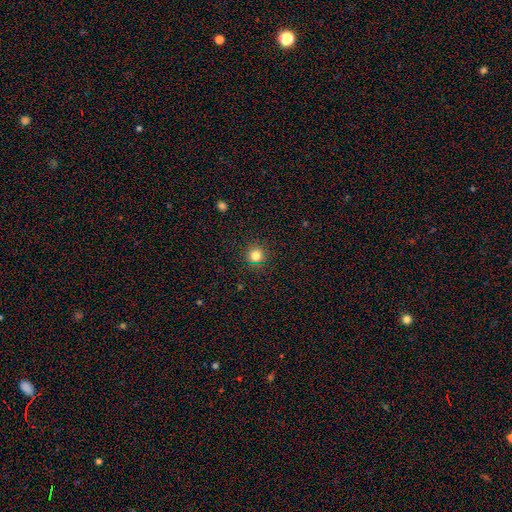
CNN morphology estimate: This appears to be a smooth galaxy with no disk features (81%) that is round (95%). Merging: none (91%).